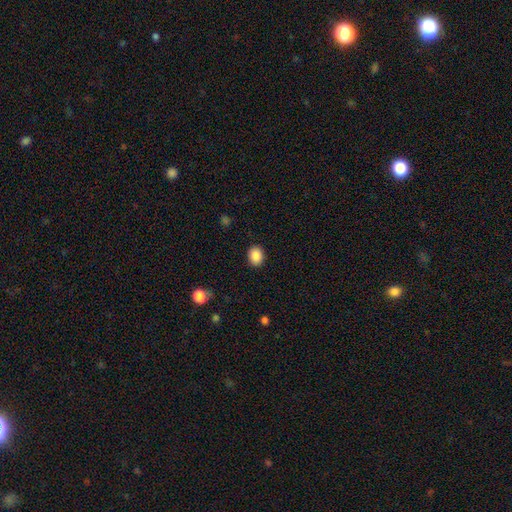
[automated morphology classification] Q: Smooth or featured?
A: smooth (88%); runner-up: star or artifact (9%)
Q: How rounded?
A: round (53%); runner-up: in between (46%)
Q: Merging?
A: none (89%); runner-up: minor disturbance (8%)